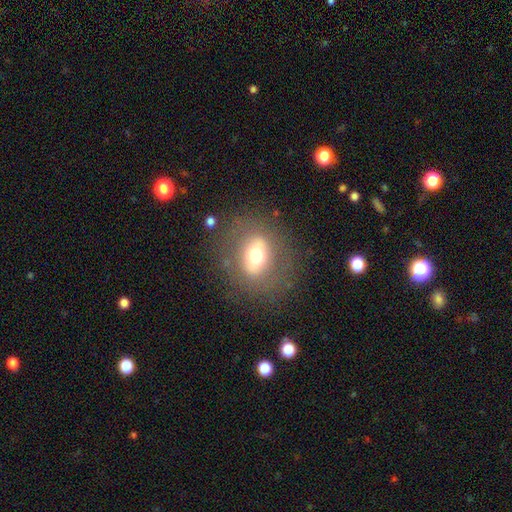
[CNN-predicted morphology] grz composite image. It shows a smooth galaxy with no disk features (52%) that is in between round and cigar-shaped (50%). Merging: none (77%).